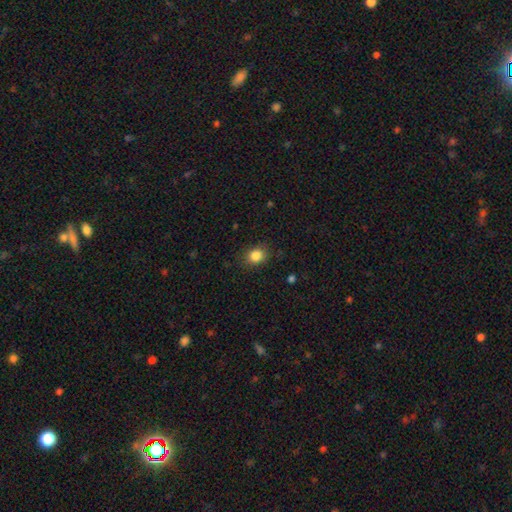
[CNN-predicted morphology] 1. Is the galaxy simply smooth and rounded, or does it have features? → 85% smooth, 11% star or artifact, 5% featured or disk.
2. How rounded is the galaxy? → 59% round, 40% in between, 1% cigar-shaped.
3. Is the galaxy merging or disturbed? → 83% none, 12% minor disturbance, 3% major disturbance, 1% merger.